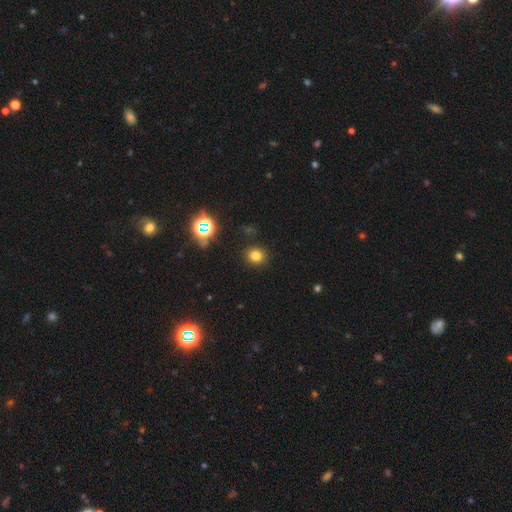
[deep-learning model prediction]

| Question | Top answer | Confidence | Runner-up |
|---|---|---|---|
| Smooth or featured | smooth | 76% | star or artifact (18%) |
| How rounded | round | 79% | in between (20%) |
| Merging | none | 89% | minor disturbance (7%) |